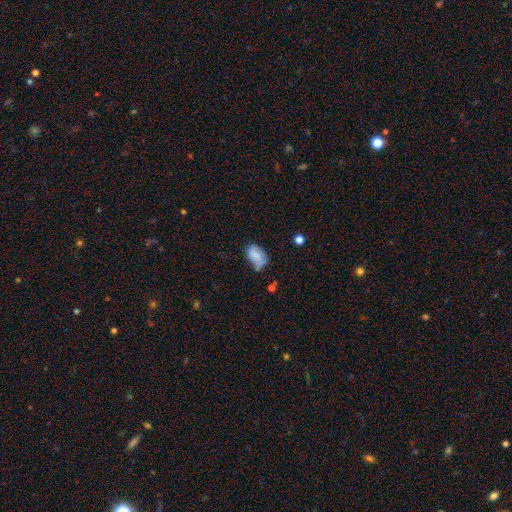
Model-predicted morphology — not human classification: smooth 76%, featured or disk 15%, star or artifact 9%. Down the decision tree: how rounded — in between (89%); merging — none (46%).